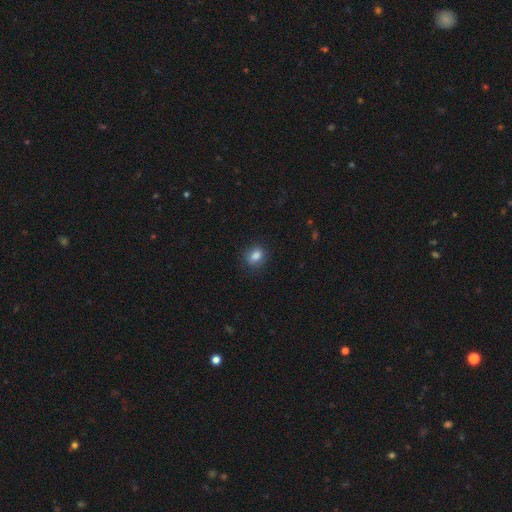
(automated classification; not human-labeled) Smooth or featured? smooth (84%)
How rounded? in between (59%)
Merging? none (83%)